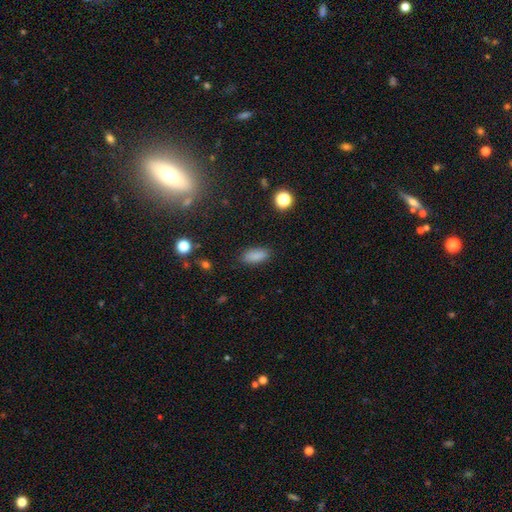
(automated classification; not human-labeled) smooth_or_featured: smooth (p=0.86) [alt: star or artifact p=0.10]
how_rounded: in between (p=0.87) [alt: cigar-shaped p=0.09]
merging: none (p=0.86) [alt: minor disturbance p=0.10]